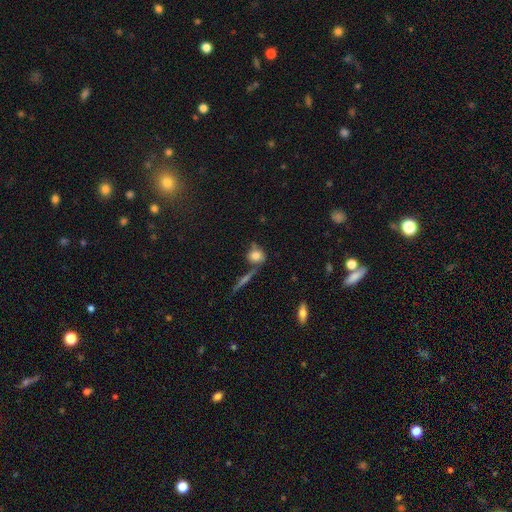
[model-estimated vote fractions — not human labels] Overall: smooth (72%). How rounded: round (73%). Merging: none (59%).